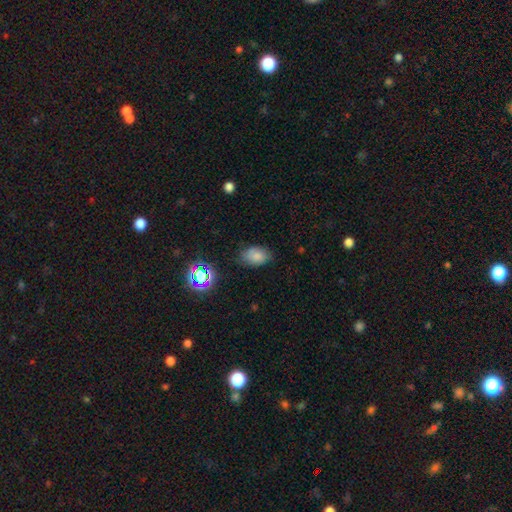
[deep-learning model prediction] This is likely a smooth galaxy (76%). How rounded: clearly in between (86%). Merging: likely none (71%).